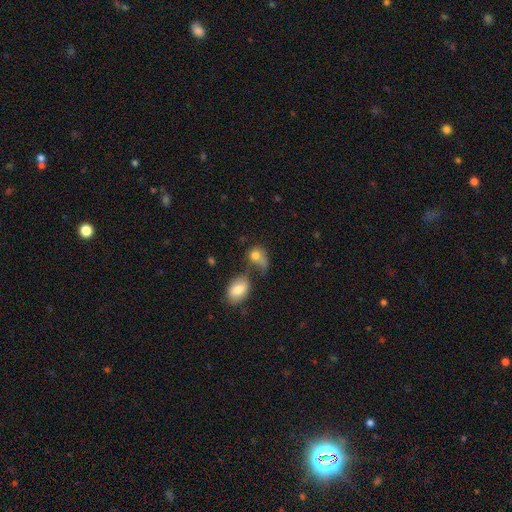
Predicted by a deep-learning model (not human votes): A smooth galaxy with no disk features (78%) that is in between round and cigar-shaped (54%).

Vote fractions:
- Smooth or featured? smooth: 78% / featured or disk: 13% / star or artifact: 9%
- How rounded? in between: 54% / round: 44% / cigar-shaped: 2%
- Merging? merger: 35% / none: 29% / major disturbance: 18% / minor disturbance: 18%